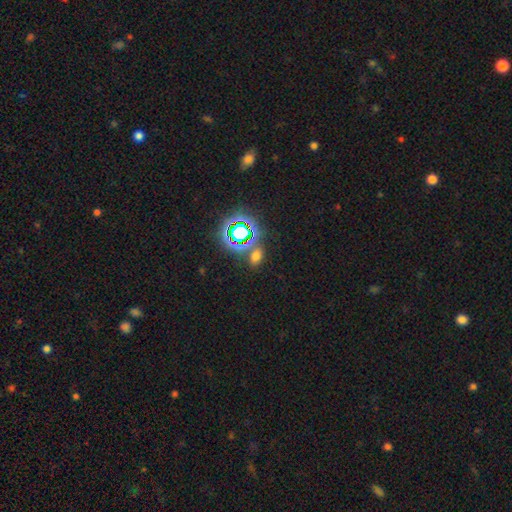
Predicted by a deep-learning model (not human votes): Smooth or featured?
  - smooth: 55% *
  - star or artifact: 38%
  - featured or disk: 8%
How rounded?
  - in between: 74% *
  - round: 23%
  - cigar-shaped: 3%
Merging?
  - none: 73% *
  - merger: 13%
  - minor disturbance: 10%
  - major disturbance: 4%